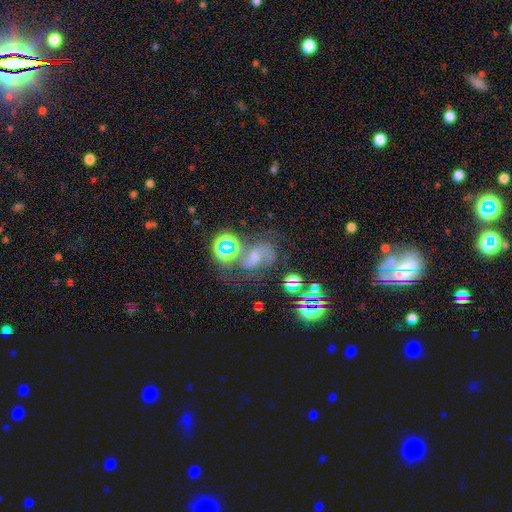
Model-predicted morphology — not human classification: Smooth or featured? Predicted: featured or disk (p=0.56). Edge-on disk? Predicted: no (p=0.97). Bar? Predicted: weak (p=0.42). Spiral arms? Predicted: yes (p=0.88). Bulge size? Predicted: small (p=0.39). Merging? Predicted: none (p=0.43).